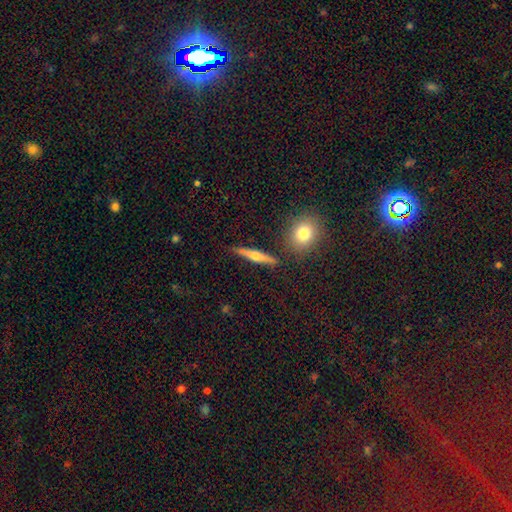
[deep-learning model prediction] This is possibly a featured or disk galaxy (54%). It is clearly viewed edge-on (95%). Edge-on bulge: clearly rounded (84%). Merging: clearly none (85%).